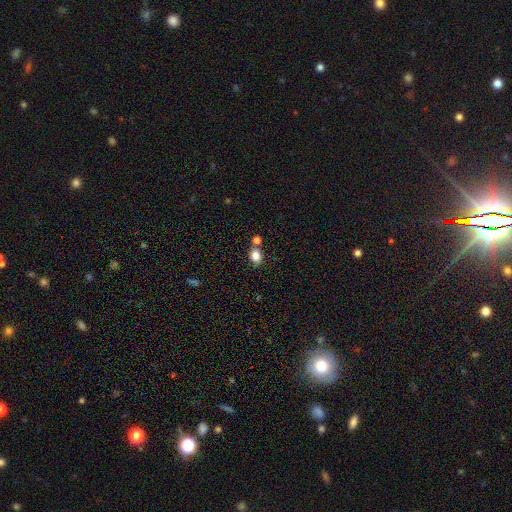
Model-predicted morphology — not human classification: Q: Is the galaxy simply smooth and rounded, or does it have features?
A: smooth — 83%.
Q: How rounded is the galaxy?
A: in between — 56%.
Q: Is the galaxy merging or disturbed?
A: none — 70%.